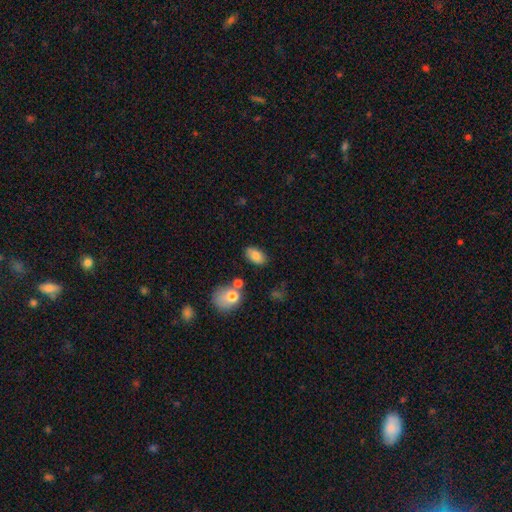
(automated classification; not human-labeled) Smooth or featured? Predicted: smooth (p=0.80). How rounded? Predicted: in between (p=0.90). Merging? Predicted: none (p=0.78).